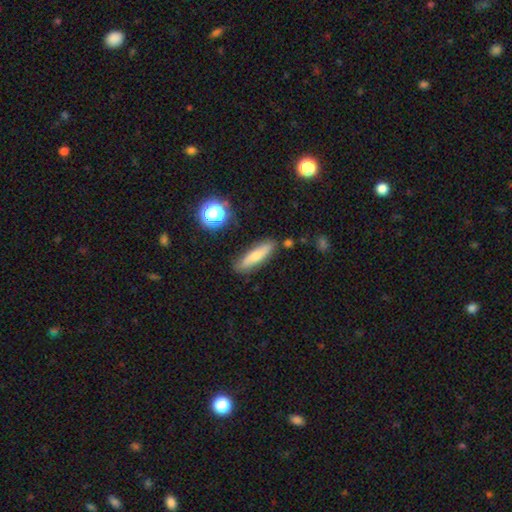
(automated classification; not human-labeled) A smooth galaxy with no disk features (62%) that is cigar-shaped (70%).

Vote fractions:
- Smooth or featured? smooth: 62% / featured or disk: 29% / star or artifact: 9%
- How rounded? cigar-shaped: 70% / in between: 27% / round: 3%
- Merging? none: 81% / minor disturbance: 13% / merger: 3% / major disturbance: 3%